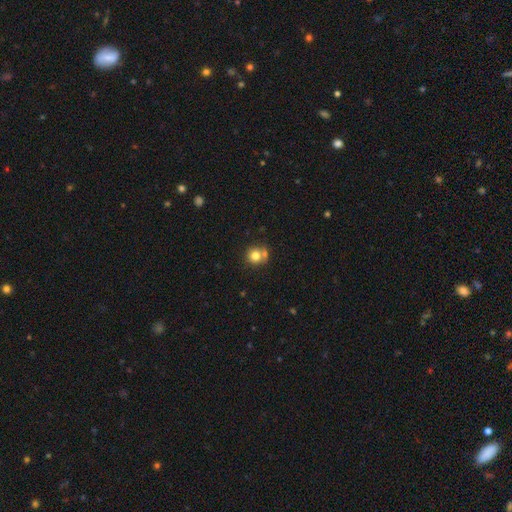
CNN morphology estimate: A smooth galaxy with no disk features (78%) that is round (89%).

Vote fractions:
- Smooth or featured? smooth: 78% / featured or disk: 11% / star or artifact: 11%
- How rounded? round: 89% / in between: 10% / cigar-shaped: 1%
- Merging? none: 58% / merger: 27% / minor disturbance: 12% / major disturbance: 4%